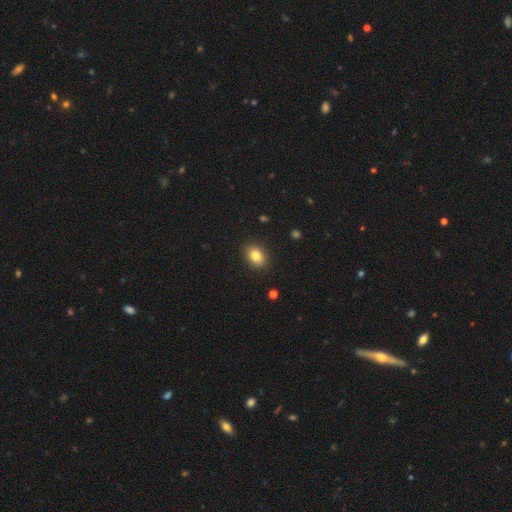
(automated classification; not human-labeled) This is clearly a smooth galaxy (83%). How rounded: likely in between (72%). Merging: clearly none (89%).